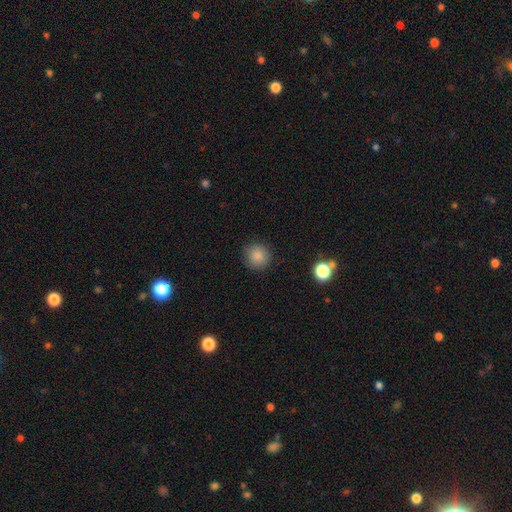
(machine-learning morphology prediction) smooth-or-featured: smooth: 83% | star or artifact: 13% | featured or disk: 5%
  how-rounded: round: 94% | in between: 5% | cigar-shaped: 1%
  merging: none: 90% | minor disturbance: 6% | major disturbance: 2% | merger: 1%